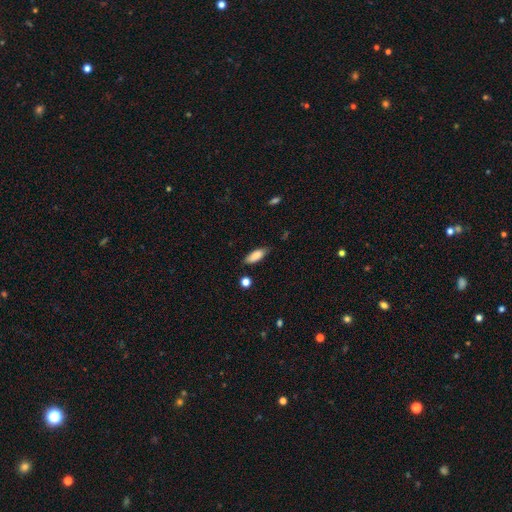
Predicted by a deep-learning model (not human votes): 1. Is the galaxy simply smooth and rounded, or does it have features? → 86% smooth, 7% featured or disk, 7% star or artifact.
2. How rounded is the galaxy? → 71% in between, 26% cigar-shaped, 2% round.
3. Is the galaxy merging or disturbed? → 78% none, 17% minor disturbance, 3% major disturbance, 2% merger.